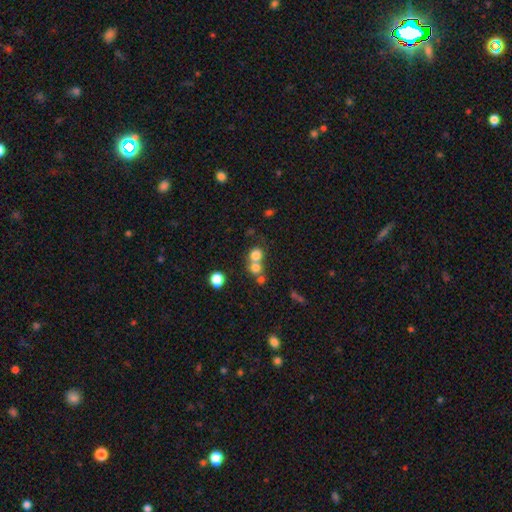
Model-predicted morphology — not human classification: Overall: smooth (73%). How rounded: round (83%). Merging: merger (50%; none 39%).